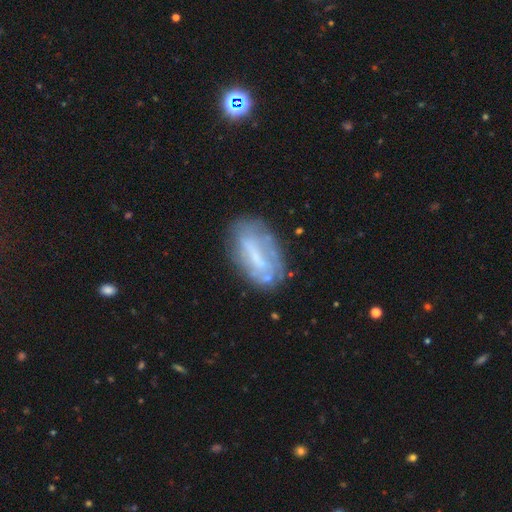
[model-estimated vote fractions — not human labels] A featured or disk galaxy (50%).

Vote fractions:
- Smooth or featured? featured or disk: 50% / smooth: 40% / star or artifact: 9%
- Edge-on disk? no: 89% / yes: 11%
- Merging? none: 62% / minor disturbance: 23% / major disturbance: 11% / merger: 4%